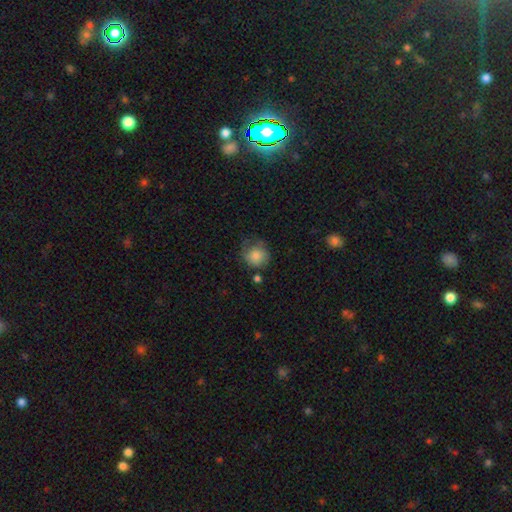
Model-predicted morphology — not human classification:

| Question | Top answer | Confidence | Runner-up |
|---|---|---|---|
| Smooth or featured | smooth | 79% | featured or disk (13%) |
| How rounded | round | 86% | in between (14%) |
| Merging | none | 57% | minor disturbance (27%) |